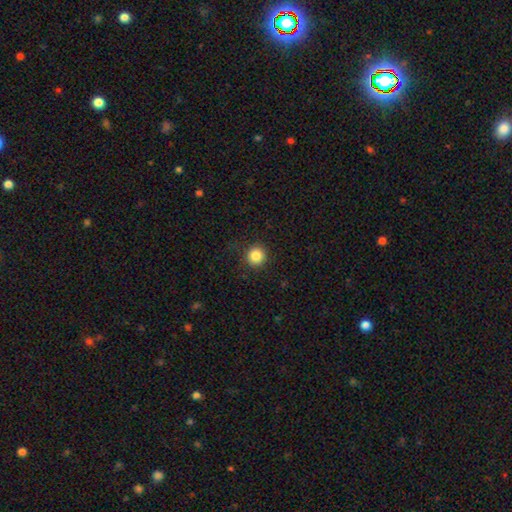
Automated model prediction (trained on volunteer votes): Q: Smooth or featured?
A: smooth (85%); runner-up: star or artifact (10%)
Q: How rounded?
A: round (93%); runner-up: in between (6%)
Q: Merging?
A: none (89%); runner-up: minor disturbance (8%)